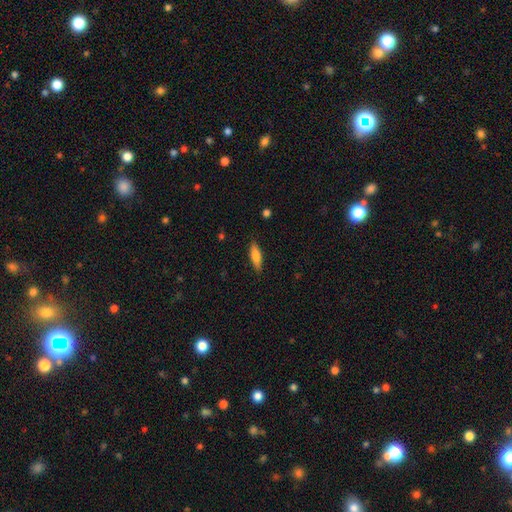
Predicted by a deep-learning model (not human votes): This is likely a smooth galaxy (73%). How rounded: possibly cigar-shaped (55%). Merging: clearly none (87%).